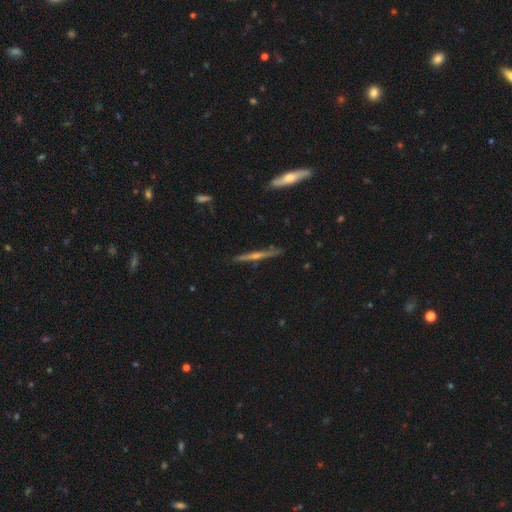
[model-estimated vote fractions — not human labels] featured or disk 72%, smooth 22%, star or artifact 7%. Down the decision tree: edge-on disk — yes (97%); edge-on bulge — rounded (70%); merging — none (87%).